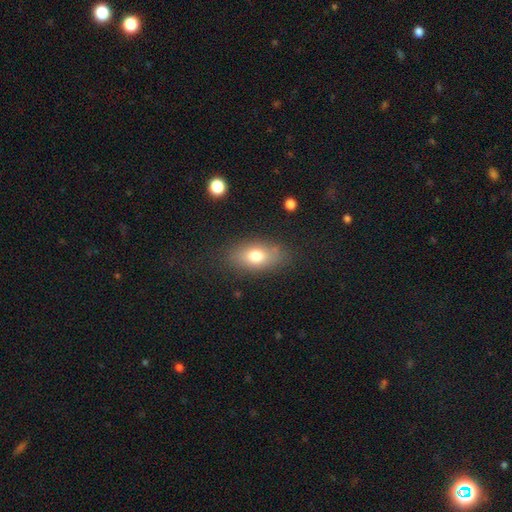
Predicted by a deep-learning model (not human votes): The model was most divided on "smooth or featured": smooth: 75%, featured or disk: 16%, star or artifact: 9%. More confident: how rounded — in between (86%); merging — none (80%).